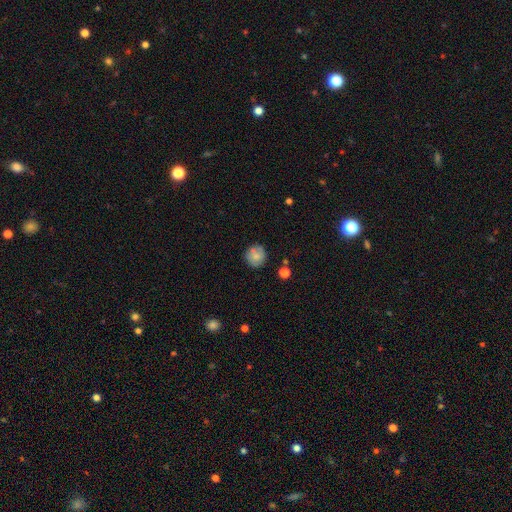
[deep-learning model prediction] smooth-or-featured: smooth: 73% | featured or disk: 19% | star or artifact: 8%
  how-rounded: round: 90% | in between: 9% | cigar-shaped: 1%
  merging: none: 74% | minor disturbance: 15% | merger: 7% | major disturbance: 4%